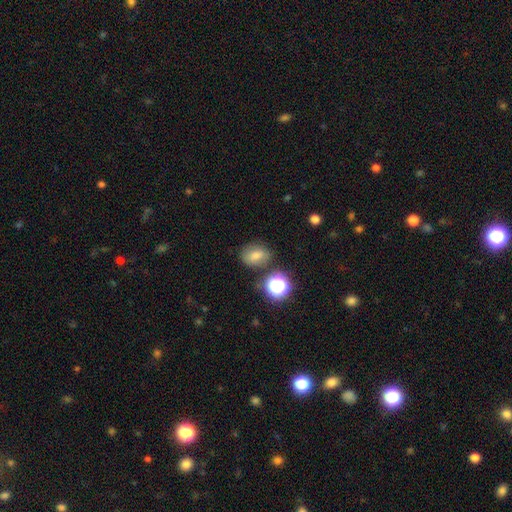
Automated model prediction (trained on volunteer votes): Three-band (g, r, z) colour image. It shows a smooth galaxy with no disk features (60%) that is in between round and cigar-shaped (52%). Merging: none (77%).